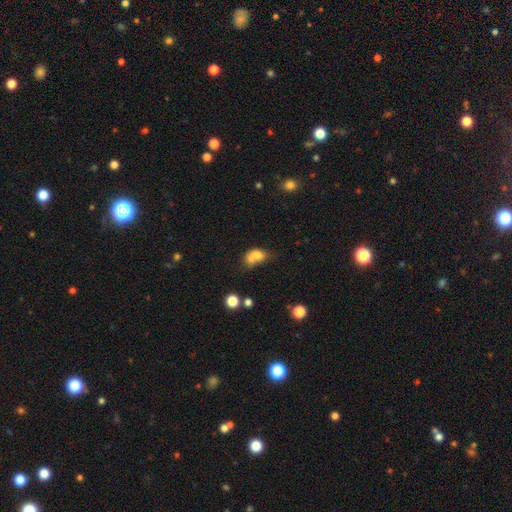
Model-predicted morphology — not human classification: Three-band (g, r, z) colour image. It shows a smooth galaxy with no disk features (71%) that is in between round and cigar-shaped (63%). Merging: merger (62%).